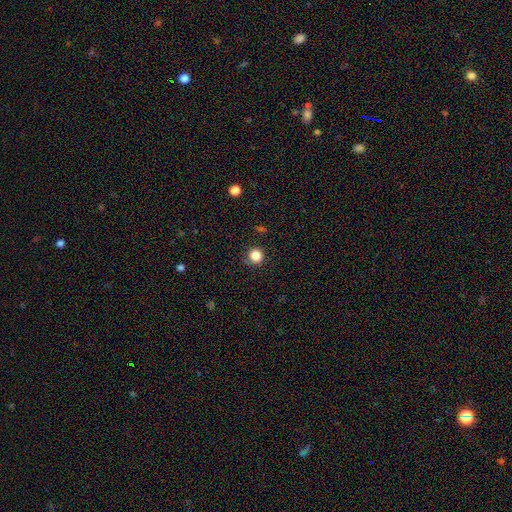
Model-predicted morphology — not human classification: Smooth or featured: smooth — 85% (star or artifact — 12%)
How rounded: round — 94% (in between — 5%)
Merging: none — 87% (minor disturbance — 8%)